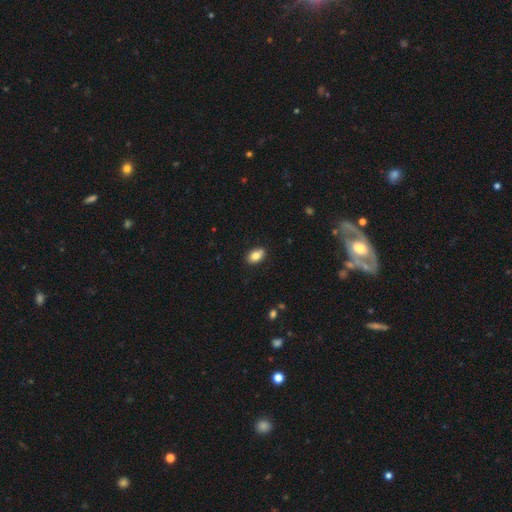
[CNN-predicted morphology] Q: Smooth or featured?
A: smooth (83%); runner-up: featured or disk (9%)
Q: How rounded?
A: in between (84%); runner-up: round (14%)
Q: Merging?
A: none (82%); runner-up: minor disturbance (13%)